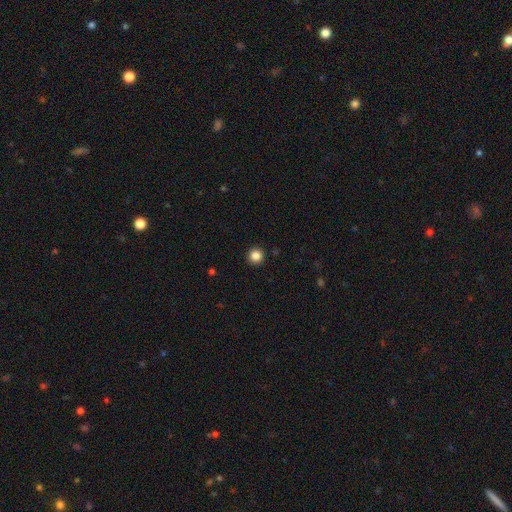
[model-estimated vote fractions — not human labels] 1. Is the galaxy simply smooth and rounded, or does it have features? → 85% smooth, 11% star or artifact, 4% featured or disk.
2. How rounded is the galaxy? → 96% round, 3% in between, 1% cigar-shaped.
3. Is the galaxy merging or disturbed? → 93% none, 4% minor disturbance, 1% major disturbance, 1% merger.